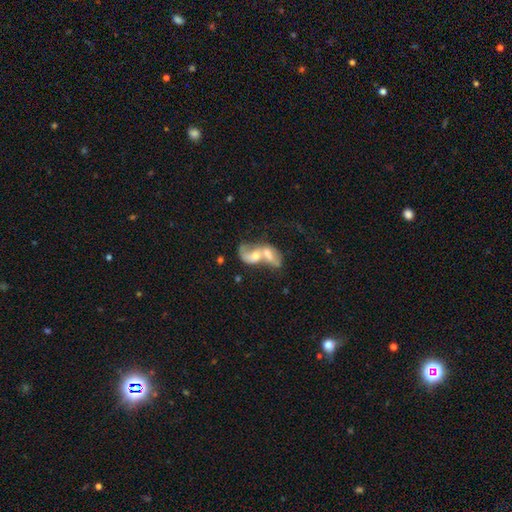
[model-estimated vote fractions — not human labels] This is likely a featured or disk galaxy (63%). It is clearly not viewed edge-on (95%). Bar: likely no (62%). Spiral arm pattern: likely yes (68%). Central bulge: possibly moderate (52%). Merging: likely merger (77%).